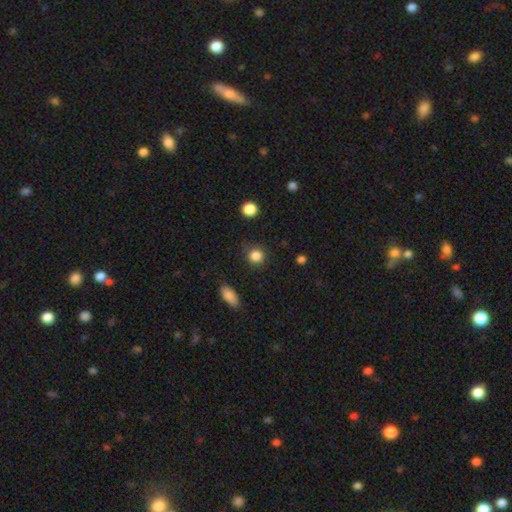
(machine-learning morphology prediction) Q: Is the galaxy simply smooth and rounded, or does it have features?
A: smooth — 86%.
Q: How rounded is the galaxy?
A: round — 89%.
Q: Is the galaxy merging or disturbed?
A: none — 84%.